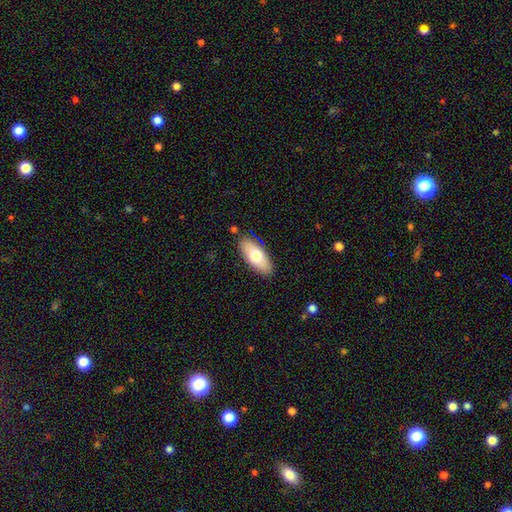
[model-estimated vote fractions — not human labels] smooth-or-featured: smooth: 70% | featured or disk: 24% | star or artifact: 6%
  how-rounded: in between: 86% | cigar-shaped: 11% | round: 2%
  merging: none: 86% | minor disturbance: 10% | major disturbance: 2% | merger: 2%